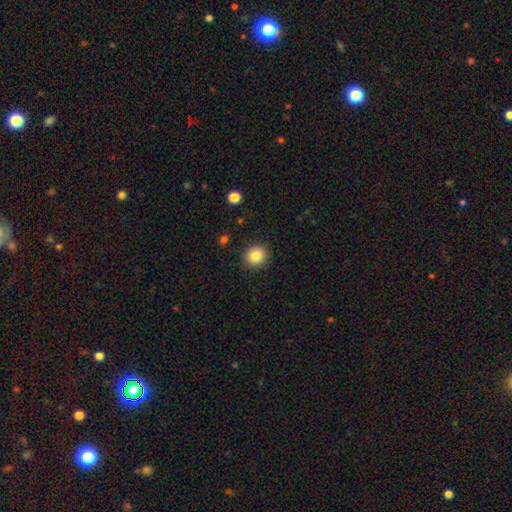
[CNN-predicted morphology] smooth 85%, star or artifact 10%, featured or disk 6%. Down the decision tree: how rounded — round (86%); merging — none (90%).